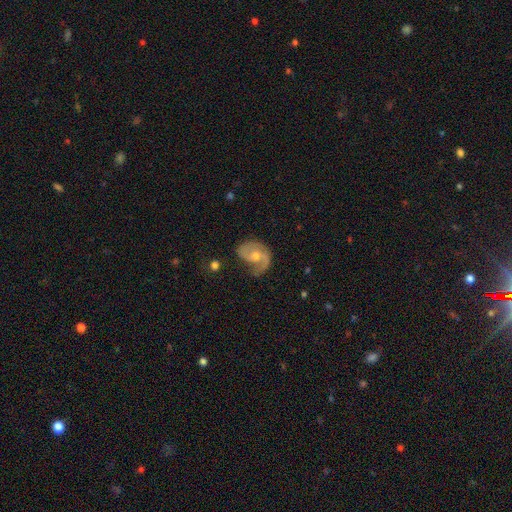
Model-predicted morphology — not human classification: The model was most divided on "spiral winding": medium: 47%, loose: 29%, tight: 23%. More confident: edge-on disk — no (98%); spiral arms — yes (95%); smooth or featured — featured or disk (82%); spiral arm count — 2 (72%); bar — no (58%); bulge size — moderate (57%); merging — none (57%).